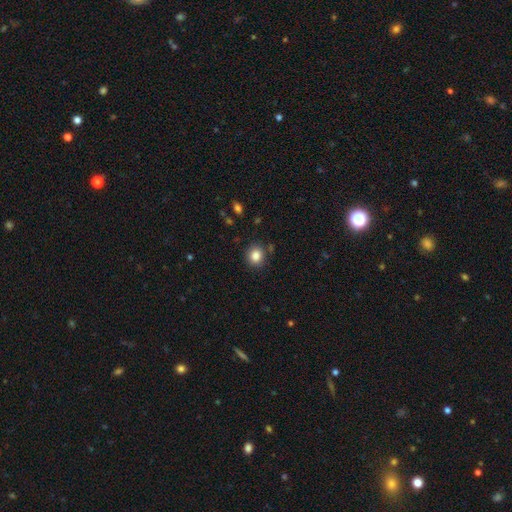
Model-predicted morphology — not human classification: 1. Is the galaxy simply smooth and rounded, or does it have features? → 85% smooth, 10% star or artifact, 5% featured or disk.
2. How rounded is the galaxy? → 76% round, 23% in between, 1% cigar-shaped.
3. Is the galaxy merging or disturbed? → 85% none, 9% minor disturbance, 3% major disturbance, 2% merger.